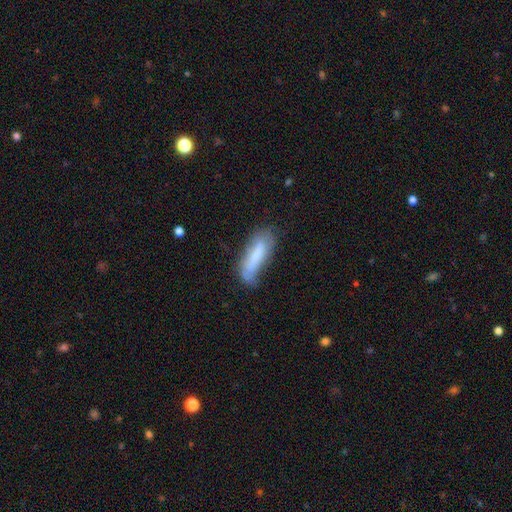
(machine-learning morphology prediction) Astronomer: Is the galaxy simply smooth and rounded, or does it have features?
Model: smooth — 66%.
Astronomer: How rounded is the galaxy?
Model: cigar-shaped — 54% (runner-up: in between, 44%).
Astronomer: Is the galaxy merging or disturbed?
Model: none — 50% (runner-up: minor disturbance, 33%).